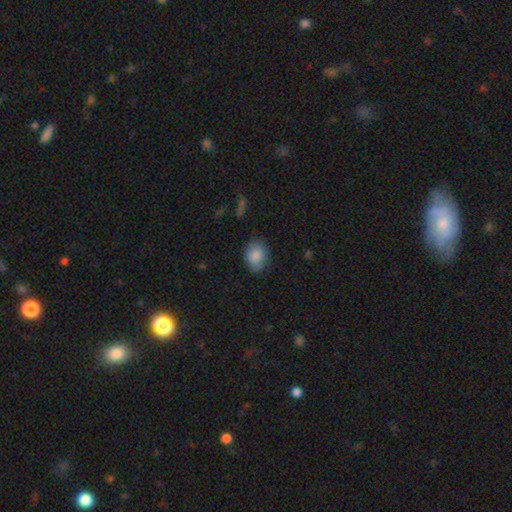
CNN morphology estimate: smooth-or-featured: smooth: 88% | star or artifact: 7% | featured or disk: 5%
  how-rounded: in between: 69% | round: 30% | cigar-shaped: 1%
  merging: none: 82% | minor disturbance: 14% | major disturbance: 3% | merger: 1%